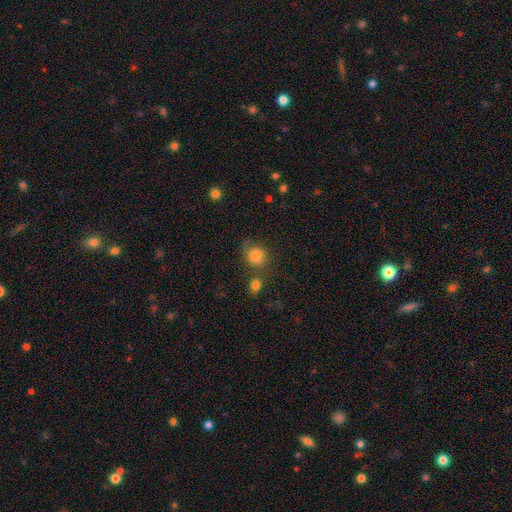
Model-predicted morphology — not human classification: type=smooth (80%); roundness=round (63%); merging=none (47%).